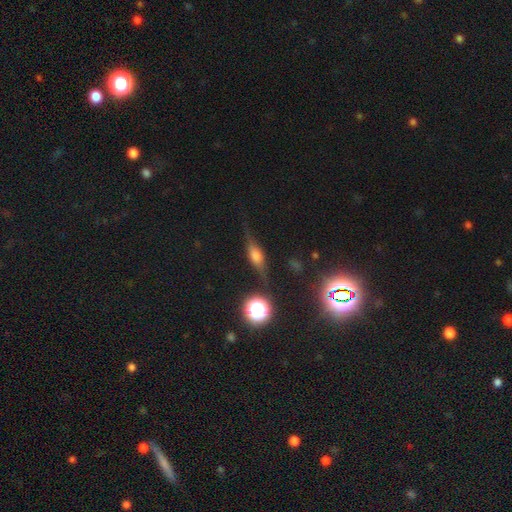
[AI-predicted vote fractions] smooth_or_featured: featured or disk (p=0.50) [alt: smooth p=0.35]
merging: none (p=0.72) [alt: minor disturbance p=0.18]